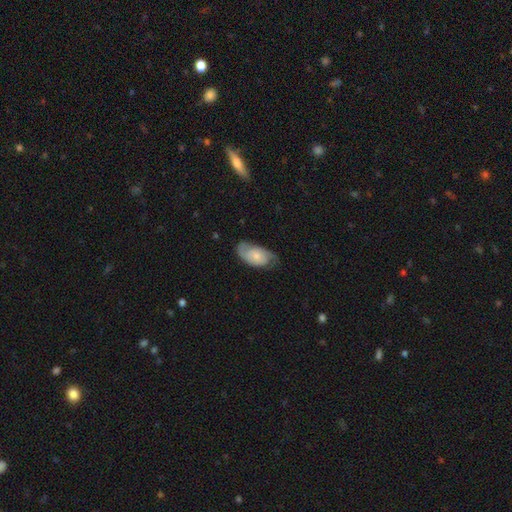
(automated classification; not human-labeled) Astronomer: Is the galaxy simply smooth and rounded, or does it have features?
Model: featured or disk — 60%.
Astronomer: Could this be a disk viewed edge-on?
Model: no — 94%.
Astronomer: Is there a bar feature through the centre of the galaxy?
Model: no — 74%.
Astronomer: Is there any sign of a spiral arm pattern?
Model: yes — 86%.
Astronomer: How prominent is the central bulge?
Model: small — 57% (runner-up: moderate, 33%).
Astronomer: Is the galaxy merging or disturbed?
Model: none — 62%.